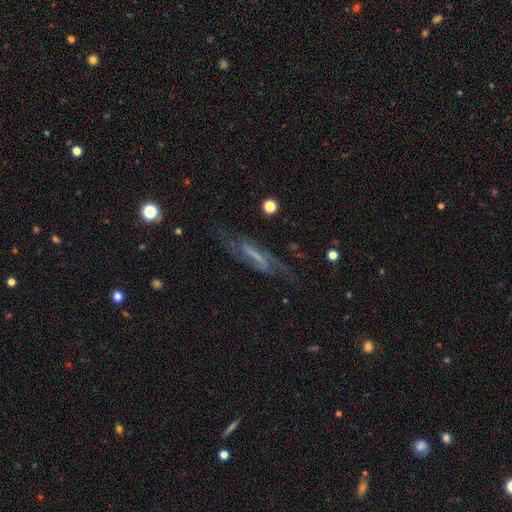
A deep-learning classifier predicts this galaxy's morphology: This is likely a featured or disk galaxy (73%). It is likely not viewed edge-on (74%). Bar: possibly strong (50%). Spiral arm pattern: clearly yes (84%). Central bulge: possibly none (53%). Merging: likely none (65%).